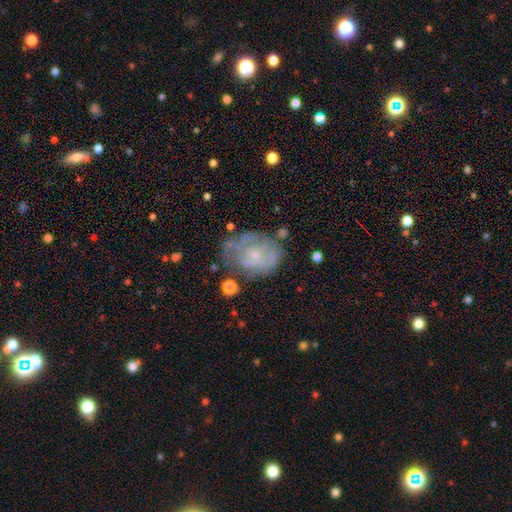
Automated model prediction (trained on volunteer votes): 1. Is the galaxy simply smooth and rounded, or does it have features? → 74% featured or disk, 19% smooth, 7% star or artifact.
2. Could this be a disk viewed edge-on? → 98% no, 2% yes.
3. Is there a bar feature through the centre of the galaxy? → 74% no, 22% weak, 4% strong.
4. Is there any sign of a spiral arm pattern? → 77% yes, 23% no.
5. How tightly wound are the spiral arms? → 60% tight, 30% medium, 11% loose.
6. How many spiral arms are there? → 48% can't tell, 25% 2, 13% 3, 6% 1, 5% 4, 4% more than 4.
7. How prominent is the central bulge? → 73% small, 17% moderate, 8% none, 1% large, 1% dominant.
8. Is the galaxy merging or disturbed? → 58% none, 24% minor disturbance, 14% major disturbance, 4% merger.